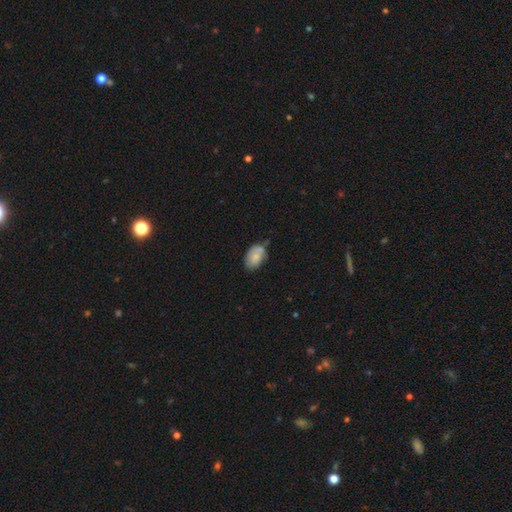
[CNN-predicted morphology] type=smooth (74%); roundness=in between (87%); merging=none (51%).